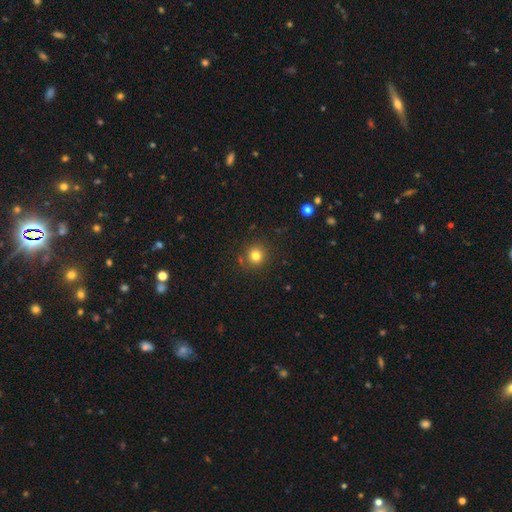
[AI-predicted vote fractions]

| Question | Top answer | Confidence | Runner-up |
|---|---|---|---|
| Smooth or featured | smooth | 80% | star or artifact (14%) |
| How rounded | round | 92% | in between (7%) |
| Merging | none | 85% | minor disturbance (9%) |